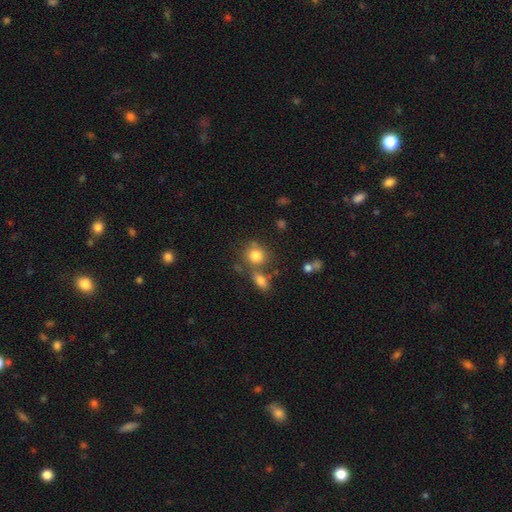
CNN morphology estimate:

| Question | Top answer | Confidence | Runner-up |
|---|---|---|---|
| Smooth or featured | smooth | 80% | star or artifact (11%) |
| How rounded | round | 77% | in between (22%) |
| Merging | none | 56% | merger (26%) |